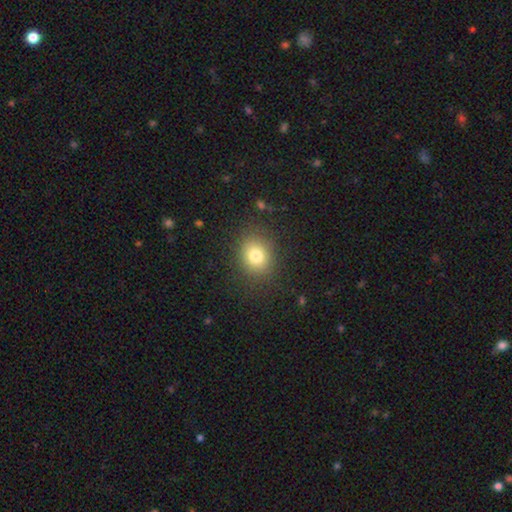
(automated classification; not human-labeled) This is likely a smooth galaxy (79%). How rounded: likely round (64%). Merging: clearly none (85%).